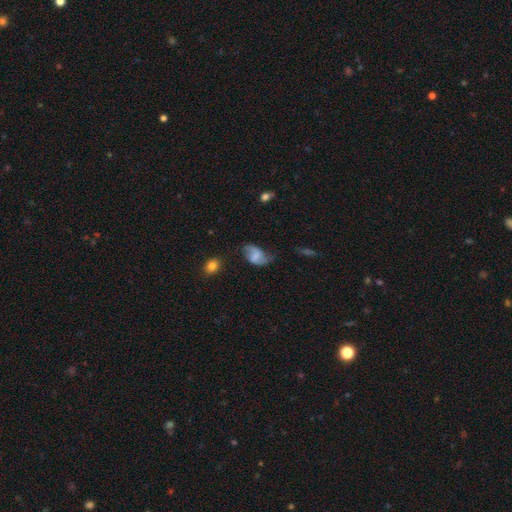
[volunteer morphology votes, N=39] This is possibly a featured or disk galaxy (56%). It is clearly not viewed edge-on (100%). Bar: possibly weak (59%). Spiral arm pattern: clearly yes (100%). Spiral arm count: clearly 2 (95%). Spiral winding: likely loose (73%). Central bulge: likely none (68%). Merging: likely none (67%).